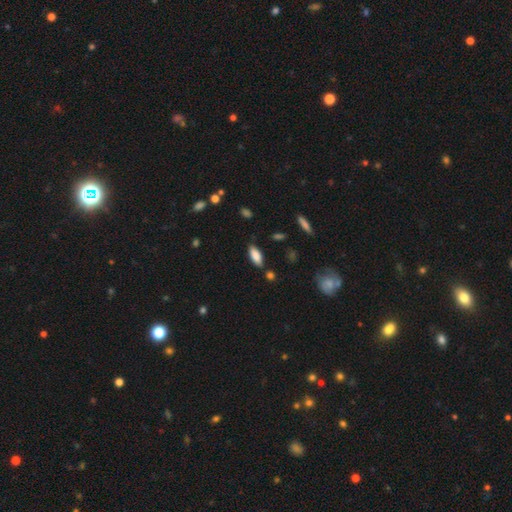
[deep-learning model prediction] The model was most divided on "how rounded": in between: 82%, cigar-shaped: 16%, round: 2%. More confident: smooth or featured — smooth (85%); merging — none (80%).